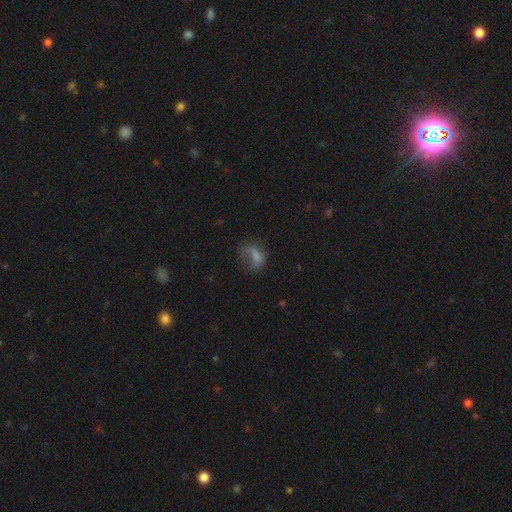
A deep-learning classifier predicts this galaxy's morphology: Smooth or featured? Predicted: smooth (p=0.52). How rounded? Predicted: in between (p=0.70). Merging? Predicted: major disturbance (p=0.42).